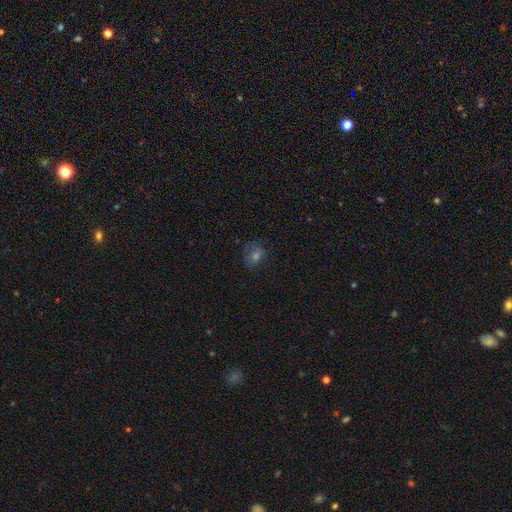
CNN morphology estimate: type=smooth (52%); roundness=round (58%); merging=none (68%).